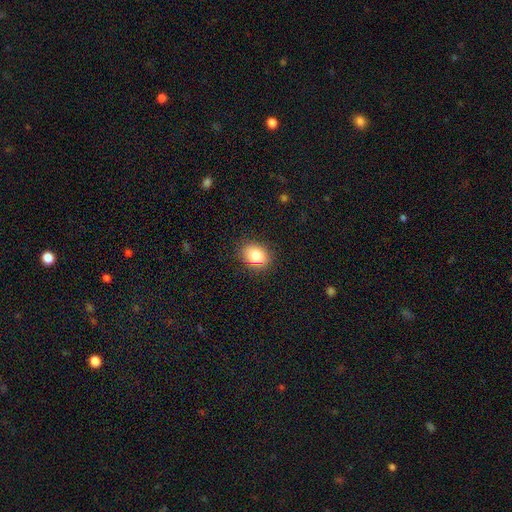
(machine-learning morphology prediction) A smooth galaxy with no disk features (82%) that is in between round and cigar-shaped (53%). Merging: none (83%).